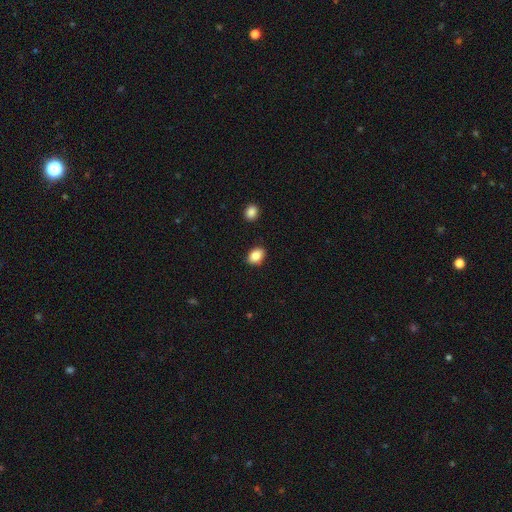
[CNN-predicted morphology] The model was most divided on "how rounded": in between: 71%, round: 28%, cigar-shaped: 1%. More confident: merging — none (87%); smooth or featured — smooth (85%).